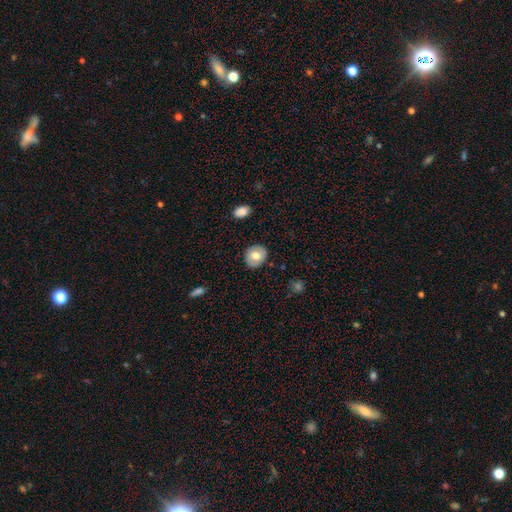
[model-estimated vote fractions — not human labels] A smooth galaxy with no disk features (67%) that is round (69%). Merging: none (87%).